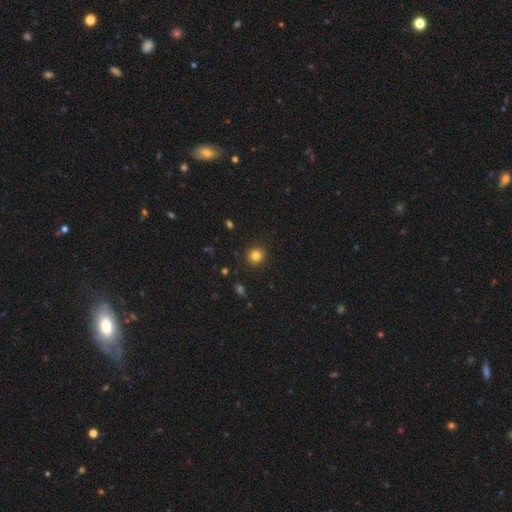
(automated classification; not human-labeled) smooth_or_featured: smooth (p=0.82) [alt: star or artifact p=0.12]
how_rounded: round (p=0.89) [alt: in between p=0.10]
merging: none (p=0.91) [alt: minor disturbance p=0.06]